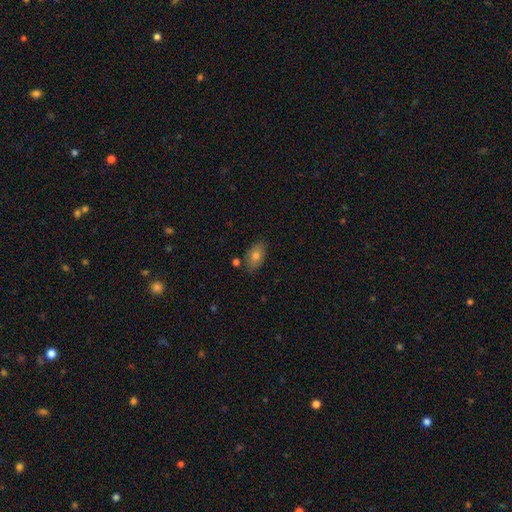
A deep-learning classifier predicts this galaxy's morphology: This is likely a smooth galaxy (75%). How rounded: clearly in between (90%). Merging: likely none (78%).